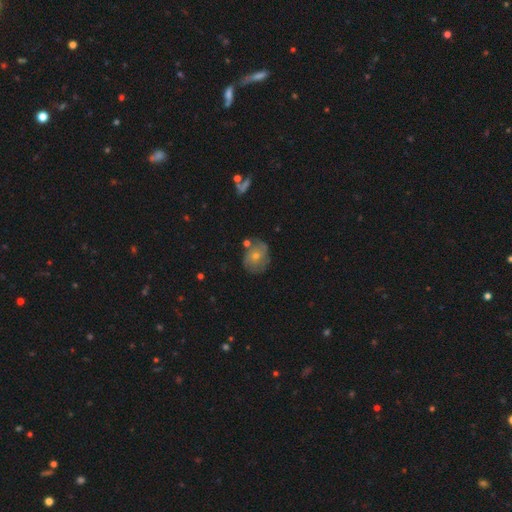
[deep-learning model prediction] This appears to be a featured or disk galaxy (48%). Merging: none (61%).